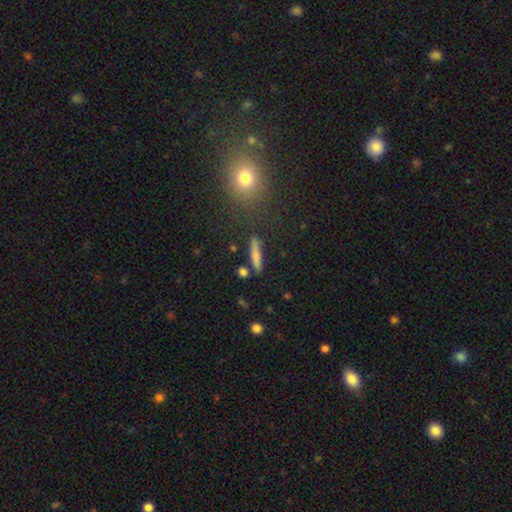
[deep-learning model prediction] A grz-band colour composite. It shows a smooth galaxy with no disk features (74%) that is cigar-shaped (85%). Merging: none (79%).